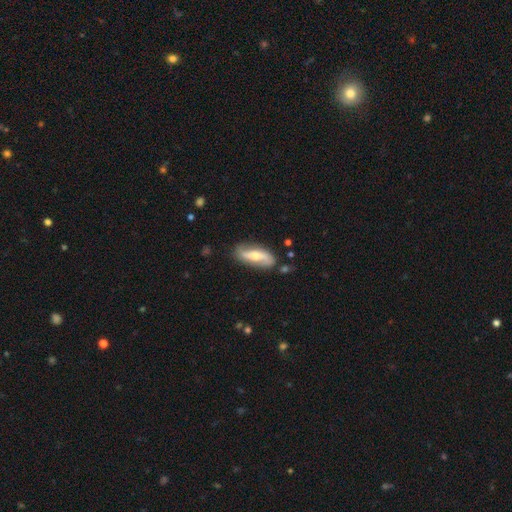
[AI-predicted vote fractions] A featured or disk galaxy (66%) with no bar (39%), spiral arms (84%) and a moderate central bulge (59%).

Vote fractions:
- Smooth or featured? featured or disk: 66% / smooth: 29% / star or artifact: 5%
- Edge-on disk? no: 83% / yes: 17%
- Bar? no: 39% / strong: 32% / weak: 30%
- Spiral arms? yes: 84% / no: 16%
- Bulge size? moderate: 59% / small: 33% / large: 4% / none: 2% / dominant: 1%
- Merging? none: 78% / minor disturbance: 15% / major disturbance: 4% / merger: 2%